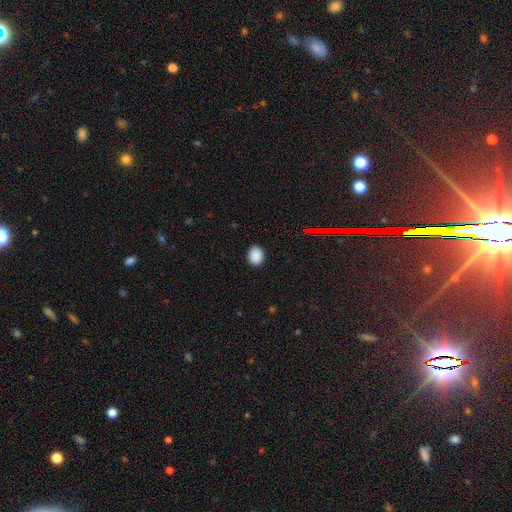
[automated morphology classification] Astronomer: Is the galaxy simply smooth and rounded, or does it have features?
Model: smooth — 88%.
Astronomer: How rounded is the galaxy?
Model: in between — 52% (runner-up: round, 47%).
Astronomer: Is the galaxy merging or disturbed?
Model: none — 90%.